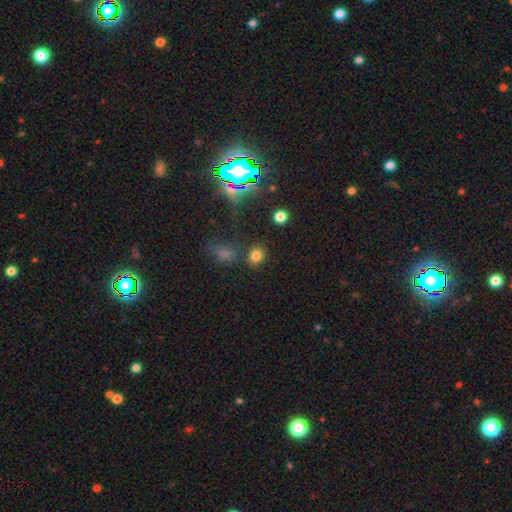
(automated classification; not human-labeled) Q: Smooth or featured?
A: smooth (76%); runner-up: star or artifact (18%)
Q: How rounded?
A: round (60%); runner-up: in between (39%)
Q: Merging?
A: none (79%); runner-up: minor disturbance (10%)